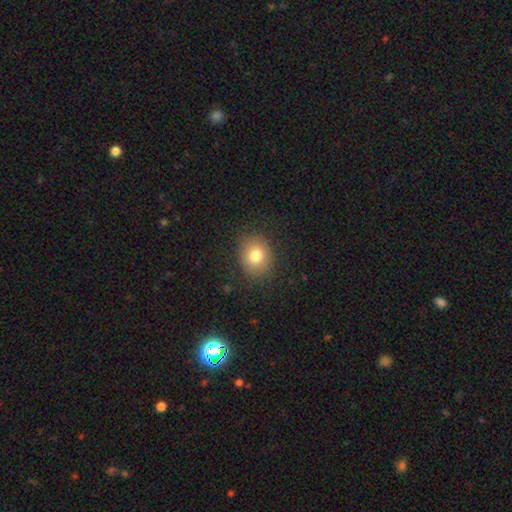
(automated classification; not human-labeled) Smooth or featured: smooth — 79% (star or artifact — 11%)
How rounded: round — 61% (in between — 38%)
Merging: none — 85% (minor disturbance — 10%)